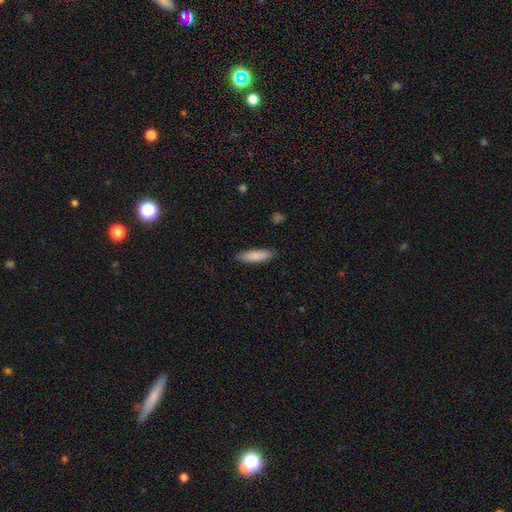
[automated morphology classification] smooth 86%, featured or disk 9%, star or artifact 6%. Down the decision tree: how rounded — cigar-shaped (60%); merging — none (88%).